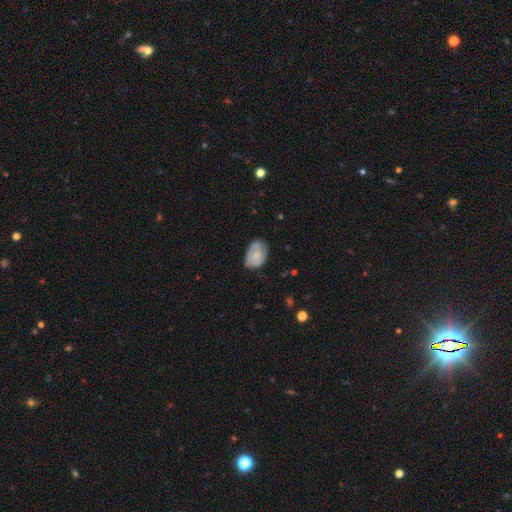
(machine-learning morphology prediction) Q: Smooth or featured?
A: smooth (70%); runner-up: featured or disk (23%)
Q: How rounded?
A: in between (84%); runner-up: round (15%)
Q: Merging?
A: none (62%); runner-up: minor disturbance (29%)